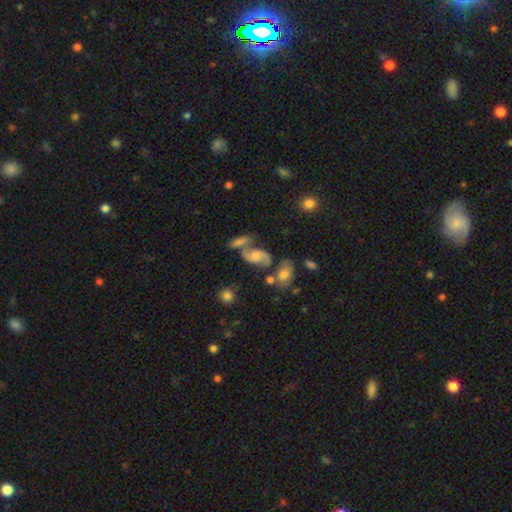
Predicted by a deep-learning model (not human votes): Smooth or featured?
  - featured or disk: 71% *
  - smooth: 19%
  - star or artifact: 10%
Edge-on disk?
  - no: 95% *
  - yes: 5%
Bar?
  - no: 63% *
  - weak: 30%
  - strong: 7%
Spiral arms?
  - yes: 89% *
  - no: 11%
Spiral winding?
  - medium: 45% *
  - loose: 40%
  - tight: 15%
Spiral arm count?
  - 2: 86% *
  - can't tell: 6%
  - 1: 5%
  - 3: 2%
  - 4: 1%
  - more than 4: 1%
Bulge size?
  - moderate: 48% *
  - small: 32%
  - none: 9%
  - large: 9%
  - dominant: 2%
Merging?
  - none: 39% *
  - merger: 33%
  - minor disturbance: 16%
  - major disturbance: 12%